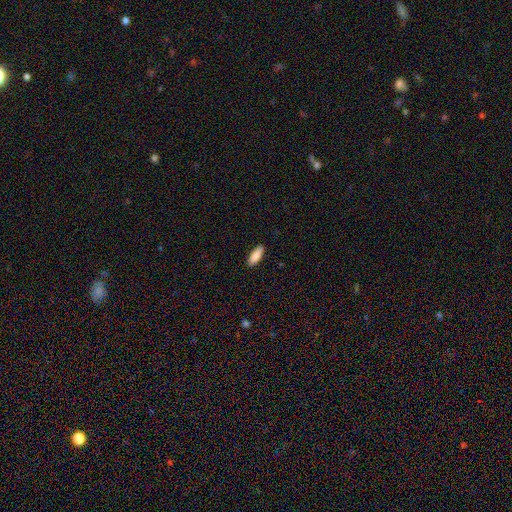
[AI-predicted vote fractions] Smooth or featured?
  - smooth: 90% *
  - star or artifact: 6%
  - featured or disk: 4%
How rounded?
  - in between: 70% *
  - cigar-shaped: 28%
  - round: 2%
Merging?
  - none: 90% *
  - minor disturbance: 8%
  - major disturbance: 2%
  - merger: 1%